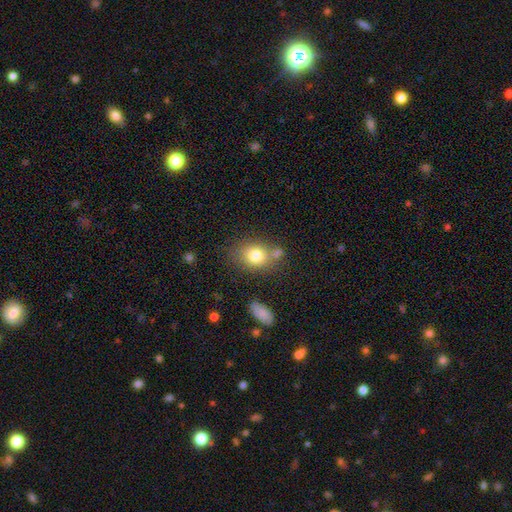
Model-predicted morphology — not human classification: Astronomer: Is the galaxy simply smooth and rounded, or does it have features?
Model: smooth — 79%.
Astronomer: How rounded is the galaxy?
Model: in between — 54% (runner-up: round, 44%).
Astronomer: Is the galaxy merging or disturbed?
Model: none — 62%.